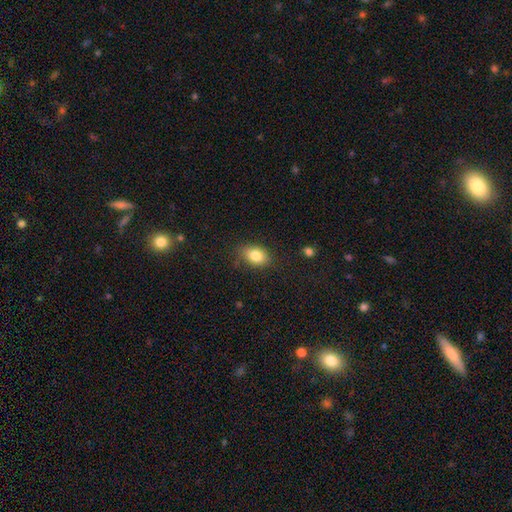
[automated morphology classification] Smooth or featured? smooth (83%)
How rounded? in between (80%)
Merging? none (79%)